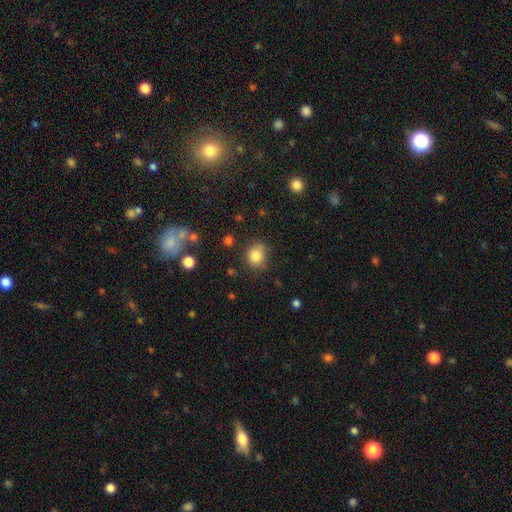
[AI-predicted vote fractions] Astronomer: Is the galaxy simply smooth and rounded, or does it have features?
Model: smooth — 83%.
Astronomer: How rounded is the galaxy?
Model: round — 70%.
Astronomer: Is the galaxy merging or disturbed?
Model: none — 72%.